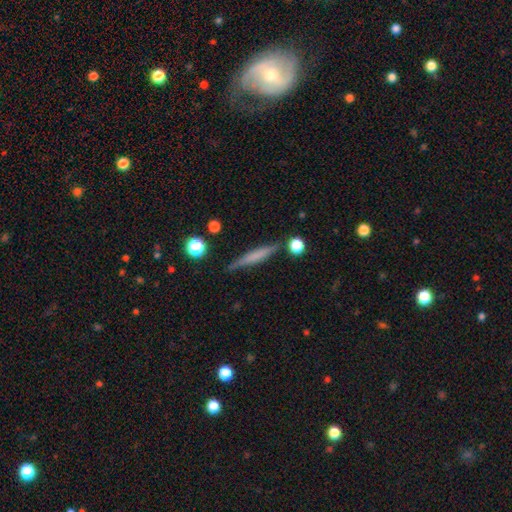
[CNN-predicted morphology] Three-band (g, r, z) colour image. It shows a smooth galaxy with no disk features (54%) that is cigar-shaped (92%). Merging: none (81%).